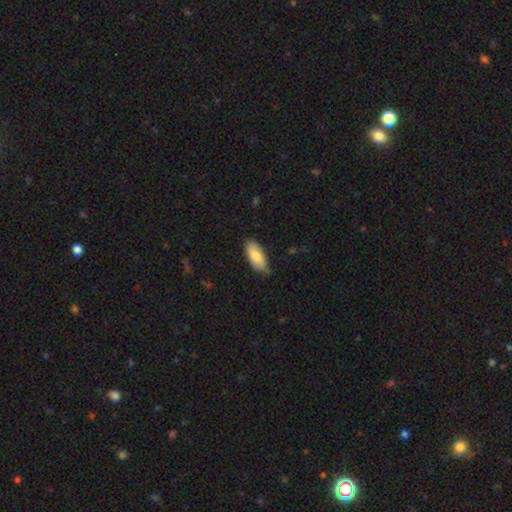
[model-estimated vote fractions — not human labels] Smooth or featured?
  - smooth: 82% *
  - featured or disk: 13%
  - star or artifact: 6%
How rounded?
  - in between: 84% *
  - cigar-shaped: 14%
  - round: 2%
Merging?
  - none: 78% *
  - minor disturbance: 19%
  - major disturbance: 2%
  - merger: 1%